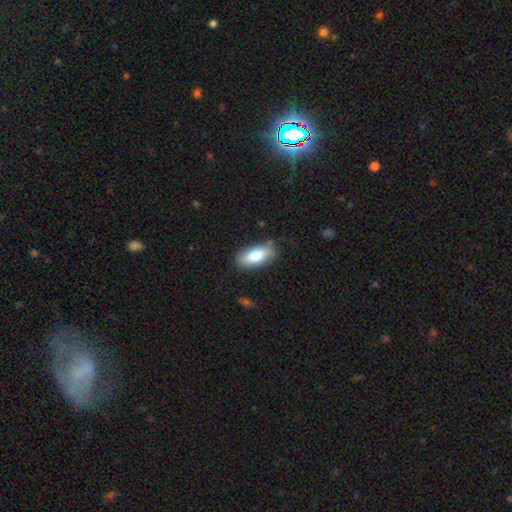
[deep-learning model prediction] Q: Smooth or featured?
A: smooth (81%); runner-up: featured or disk (13%)
Q: How rounded?
A: in between (85%); runner-up: cigar-shaped (13%)
Q: Merging?
A: none (81%); runner-up: minor disturbance (14%)